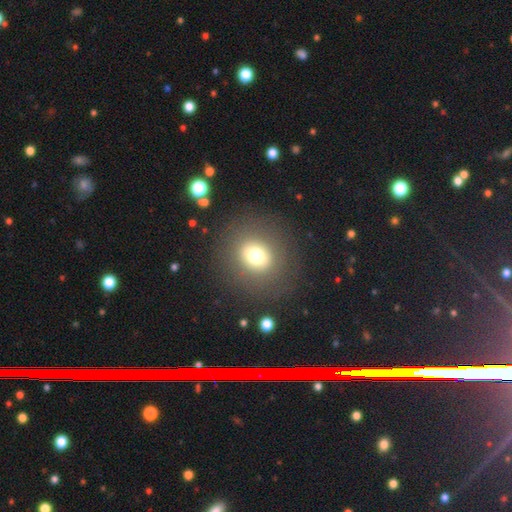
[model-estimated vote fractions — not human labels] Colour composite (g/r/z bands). It shows a smooth galaxy with no disk features (69%) that is round (83%). Merging: none (85%).